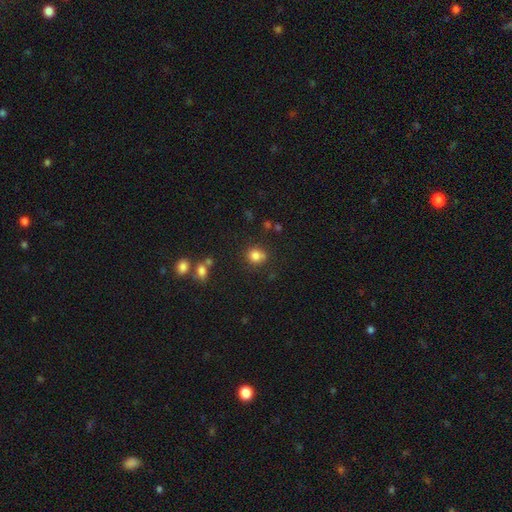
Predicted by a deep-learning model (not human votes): Smooth or featured? smooth (81%)
How rounded? round (78%)
Merging? none (63%)